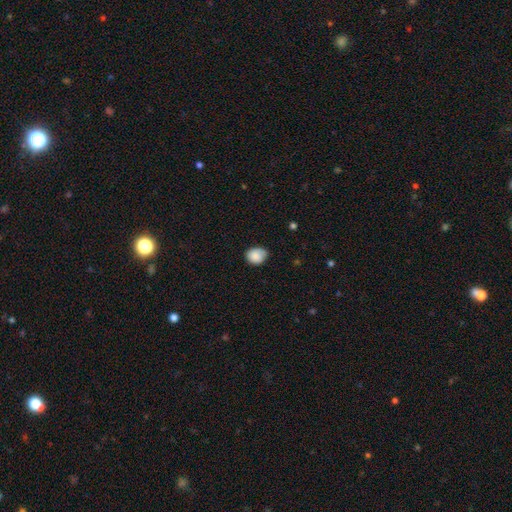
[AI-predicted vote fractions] A smooth galaxy with no disk features (86%) that is round (57%).

Vote fractions:
- Smooth or featured? smooth: 86% / star or artifact: 8% / featured or disk: 7%
- How rounded? round: 57% / in between: 42% / cigar-shaped: 1%
- Merging? none: 64% / minor disturbance: 30% / major disturbance: 5% / merger: 2%